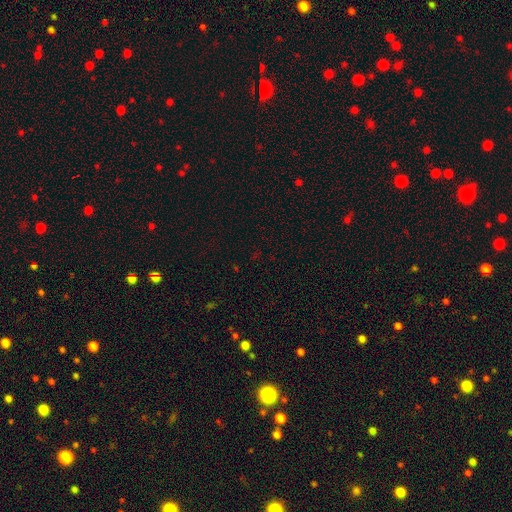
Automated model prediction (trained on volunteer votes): A star or artifact, not a galaxy (70%).